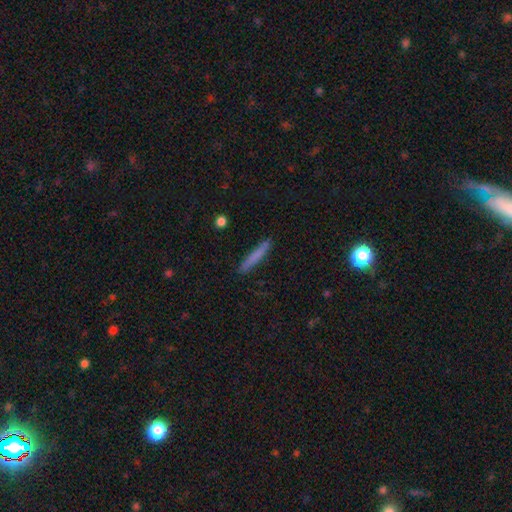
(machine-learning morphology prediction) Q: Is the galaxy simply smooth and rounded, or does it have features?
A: smooth — 74%.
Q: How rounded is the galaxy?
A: cigar-shaped — 95%.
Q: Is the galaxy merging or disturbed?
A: none — 88%.